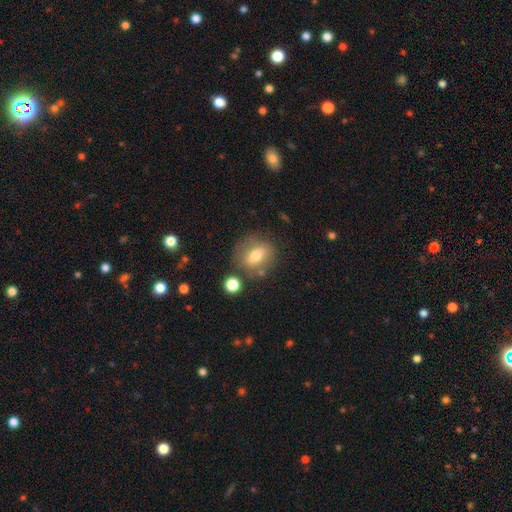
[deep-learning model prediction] The model was most divided on "how rounded": round: 49%, in between: 47%, cigar-shaped: 3%. More confident: merging — none (71%); smooth or featured — smooth (64%).